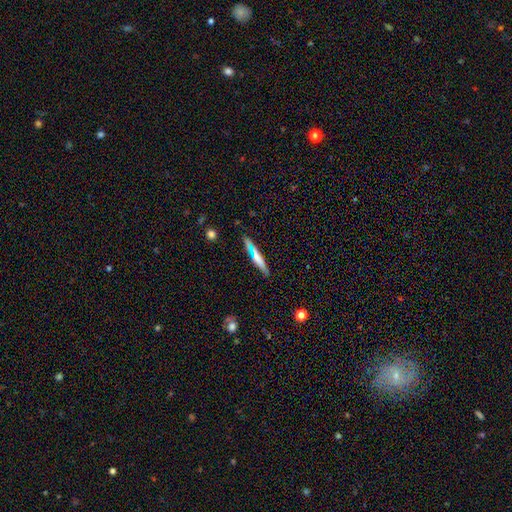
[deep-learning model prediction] This is possibly a smooth galaxy (59%). How rounded: clearly cigar-shaped (91%). Merging: likely none (77%).